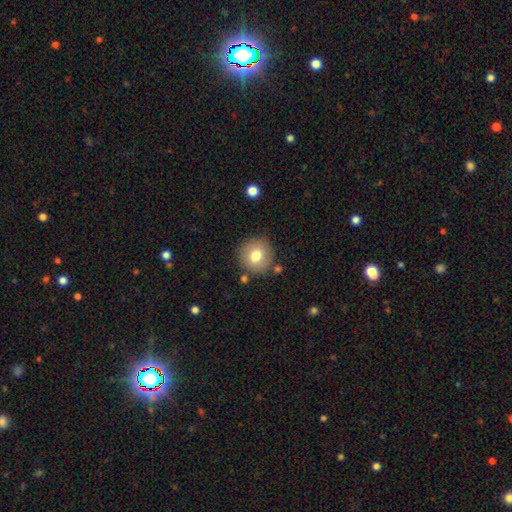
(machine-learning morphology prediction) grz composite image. It shows a smooth galaxy with no disk features (76%) that is round (92%). Merging: none (84%).